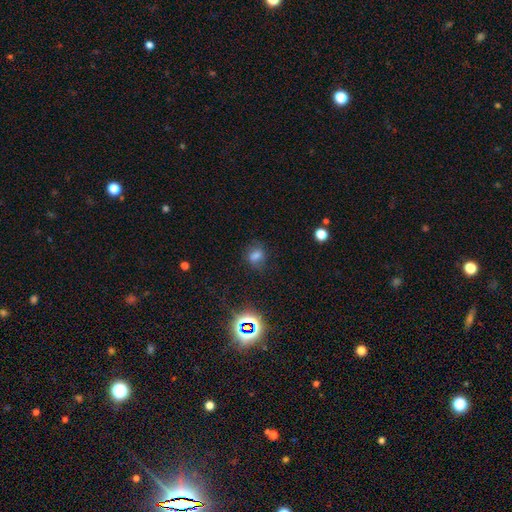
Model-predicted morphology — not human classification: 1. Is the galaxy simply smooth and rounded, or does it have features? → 65% smooth, 23% star or artifact, 13% featured or disk.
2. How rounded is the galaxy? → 52% round, 46% in between, 2% cigar-shaped.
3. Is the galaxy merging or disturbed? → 69% none, 19% minor disturbance, 8% major disturbance, 3% merger.